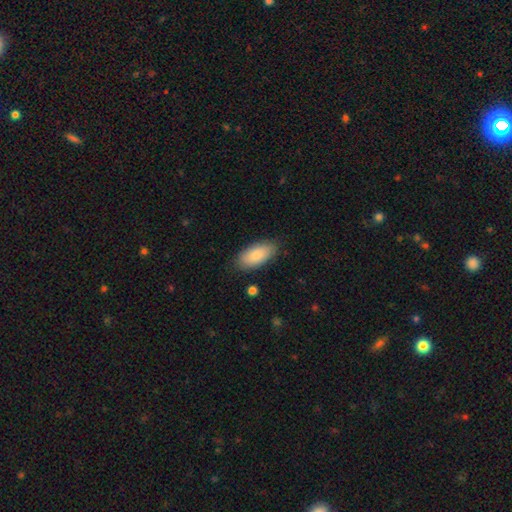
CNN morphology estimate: smooth_or_featured: smooth (p=0.86) [alt: featured or disk p=0.09]
how_rounded: in between (p=0.93) [alt: cigar-shaped p=0.05]
merging: none (p=0.83) [alt: minor disturbance p=0.13]